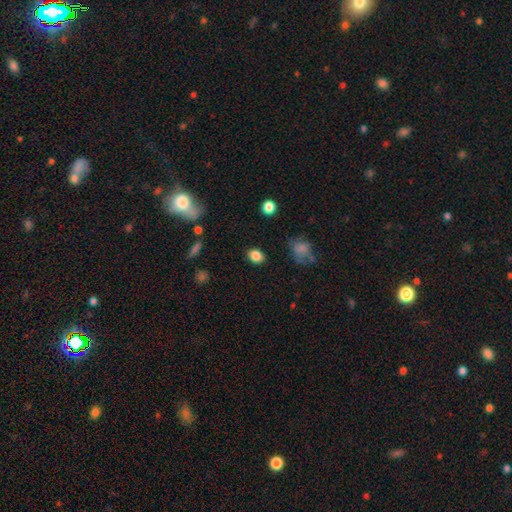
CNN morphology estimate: The model was most divided on "how rounded": in between: 62%, round: 37%, cigar-shaped: 1%. More confident: merging — none (86%); smooth or featured — smooth (85%).